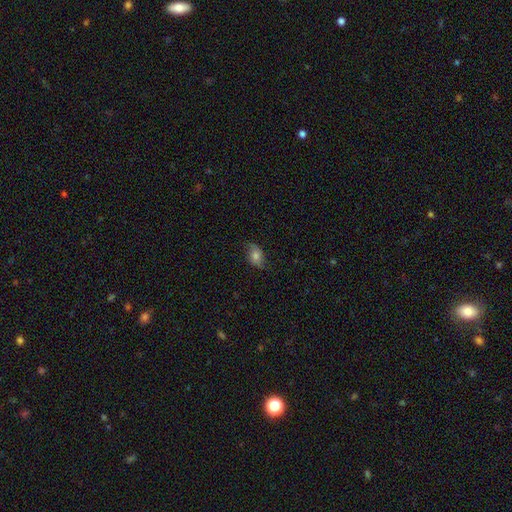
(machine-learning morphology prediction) Smooth or featured? smooth (68%)
How rounded? in between (87%)
Merging? none (69%)